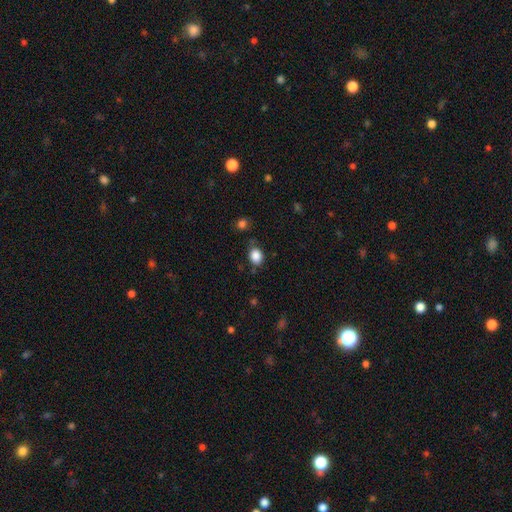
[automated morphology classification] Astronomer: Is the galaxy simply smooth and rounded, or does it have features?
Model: smooth — 87%.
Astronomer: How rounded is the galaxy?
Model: in between — 58% (runner-up: round, 41%).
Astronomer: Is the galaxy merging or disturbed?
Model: none — 69%.